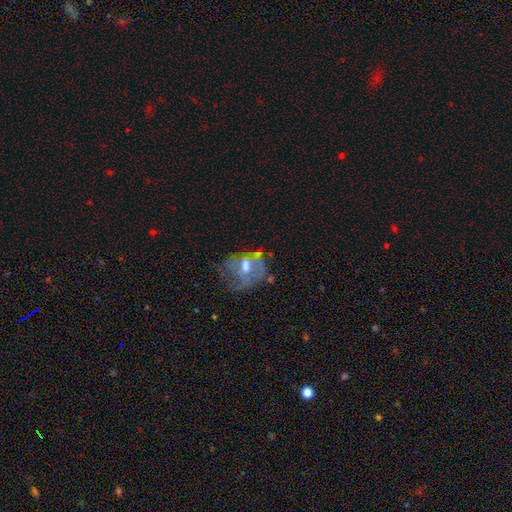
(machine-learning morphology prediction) type=featured or disk (59%); edge-on=no (96%); bar=no (55%); spiral arms=no (66%); bulge=moderate (59%); merging=major disturbance (36%).